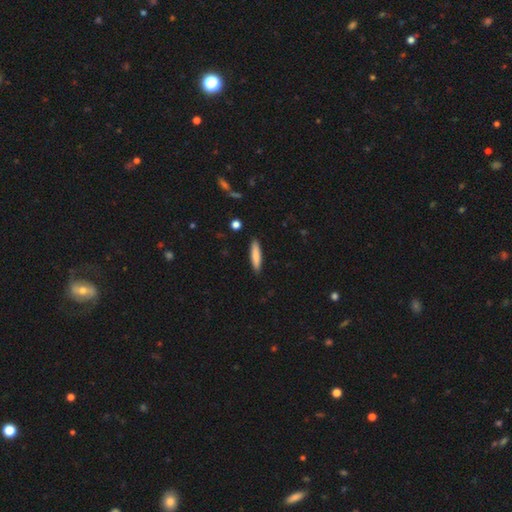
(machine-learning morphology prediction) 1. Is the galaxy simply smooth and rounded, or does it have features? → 81% smooth, 13% featured or disk, 6% star or artifact.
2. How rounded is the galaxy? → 84% cigar-shaped, 15% in between, 1% round.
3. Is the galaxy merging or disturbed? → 89% none, 8% minor disturbance, 2% major disturbance, 1% merger.